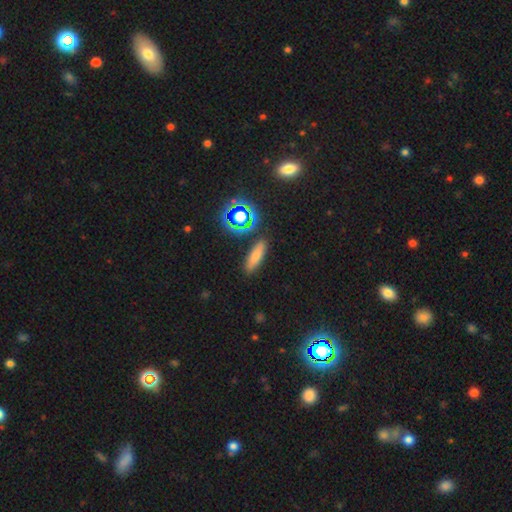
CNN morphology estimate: This is likely a smooth galaxy (67%). How rounded: possibly cigar-shaped (53%). Merging: clearly none (87%).